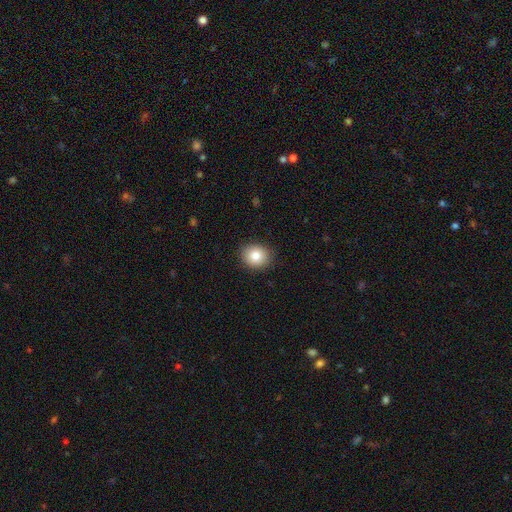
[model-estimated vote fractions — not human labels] Morphology: type=smooth (82%); roundness=round (74%); merging=none (89%).